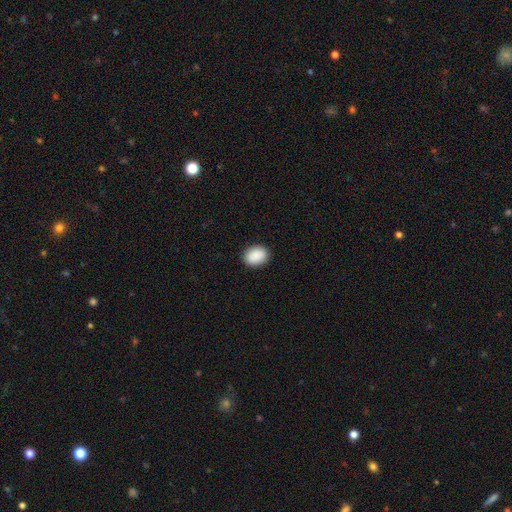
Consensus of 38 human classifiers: Overall: smooth (100%). How rounded: in between (74%). Merging: none (97%).